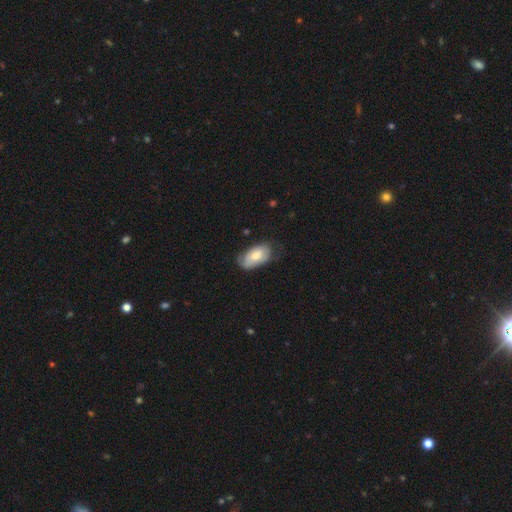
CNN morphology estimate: Smooth or featured?
  - smooth: 66% *
  - featured or disk: 28%
  - star or artifact: 6%
How rounded?
  - in between: 94% *
  - round: 4%
  - cigar-shaped: 2%
Merging?
  - none: 57% *
  - minor disturbance: 32%
  - major disturbance: 9%
  - merger: 1%